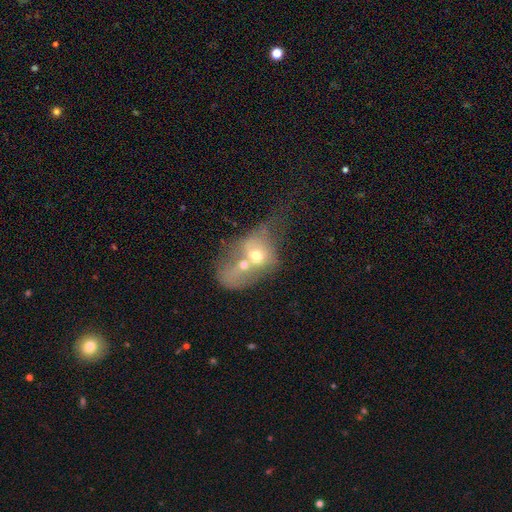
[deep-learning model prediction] Overall: smooth (48%; featured or disk 40%). Merging: merger (74%).